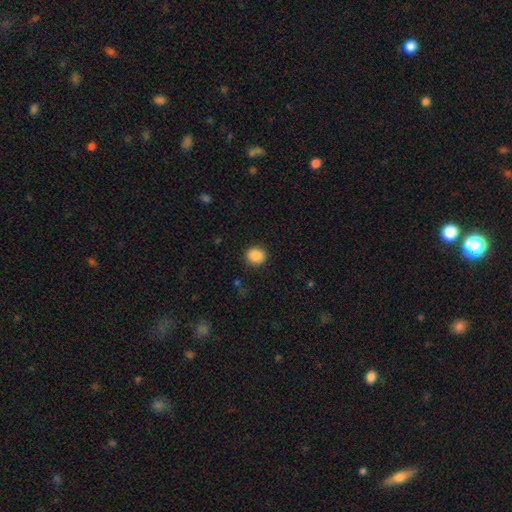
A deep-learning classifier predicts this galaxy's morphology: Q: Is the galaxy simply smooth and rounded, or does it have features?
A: smooth — 88%.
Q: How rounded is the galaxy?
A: round — 84%.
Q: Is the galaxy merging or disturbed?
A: none — 89%.